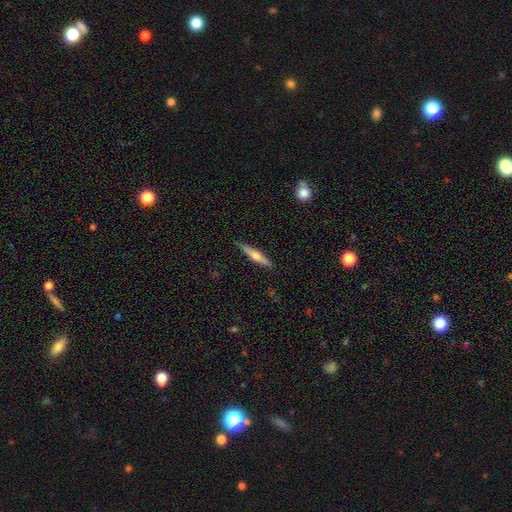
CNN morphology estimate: The model was most divided on "smooth or featured": featured or disk: 52%, smooth: 42%, star or artifact: 6%. More confident: edge-on disk — yes (97%); merging — none (88%); edge-on bulge — rounded (80%).